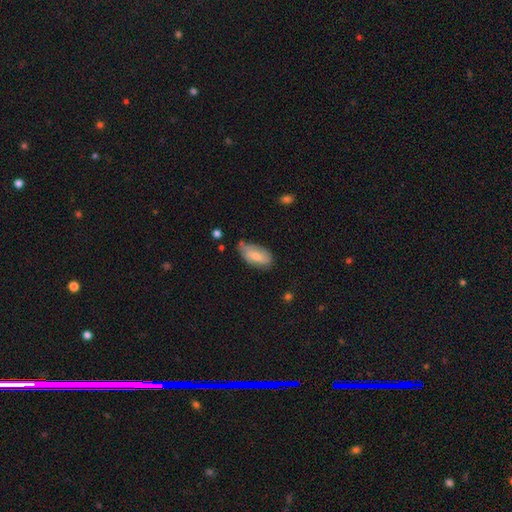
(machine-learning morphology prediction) A smooth galaxy with no disk features (69%) that is in between round and cigar-shaped (92%).

Vote fractions:
- Smooth or featured? smooth: 69% / featured or disk: 25% / star or artifact: 6%
- How rounded? in between: 92% / cigar-shaped: 6% / round: 3%
- Merging? none: 55% / minor disturbance: 34% / major disturbance: 7% / merger: 3%